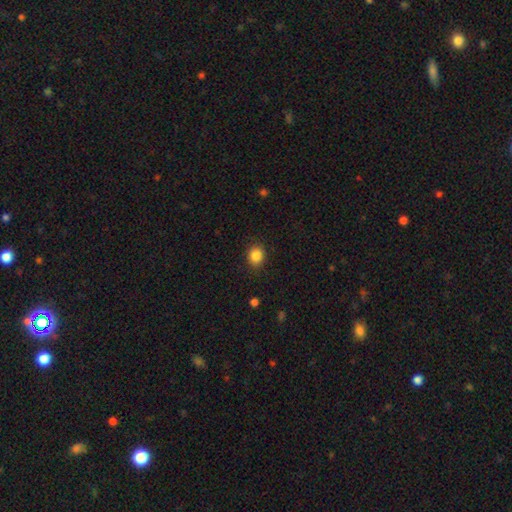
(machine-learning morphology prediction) Smooth or featured: smooth — 86% (star or artifact — 10%)
How rounded: round — 68% (in between — 31%)
Merging: none — 88% (minor disturbance — 8%)